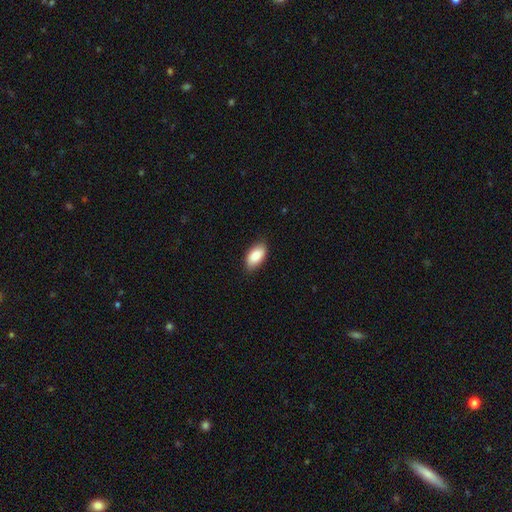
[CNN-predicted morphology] smooth_or_featured: smooth (p=0.87) [alt: featured or disk p=0.07]
how_rounded: in between (p=0.94) [alt: round p=0.03]
merging: none (p=0.84) [alt: minor disturbance p=0.13]